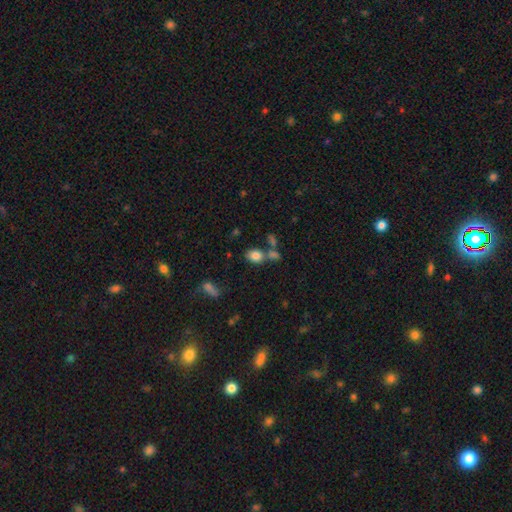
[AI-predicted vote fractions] A smooth galaxy with no disk features (82%) that is in between round and cigar-shaped (71%).

Vote fractions:
- Smooth or featured? smooth: 82% / star or artifact: 10% / featured or disk: 8%
- How rounded? in between: 71% / round: 27% / cigar-shaped: 2%
- Merging? none: 56% / merger: 27% / minor disturbance: 12% / major disturbance: 5%